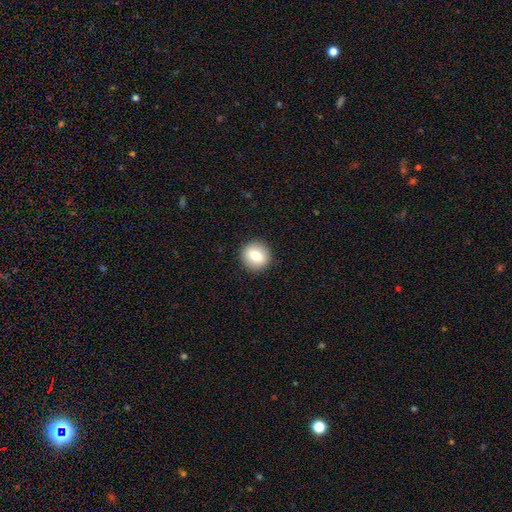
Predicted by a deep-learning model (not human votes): A smooth galaxy with no disk features (75%) that is round (90%). Merging: none (92%).